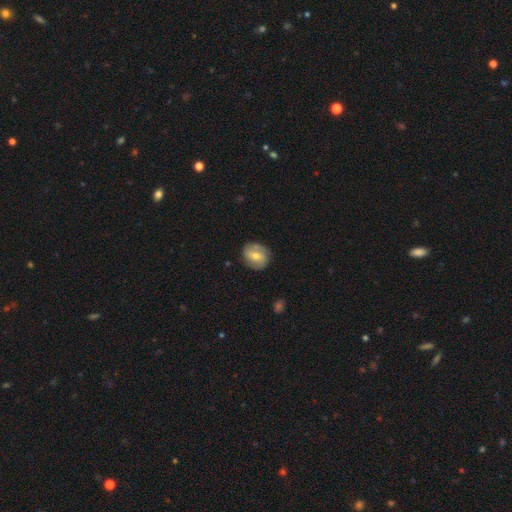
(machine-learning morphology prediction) A featured or disk galaxy (54%) with a weak bar (45%), spiral arms (79%) and a moderate central bulge (62%).

Vote fractions:
- Smooth or featured? featured or disk: 54% / smooth: 38% / star or artifact: 7%
- Edge-on disk? no: 96% / yes: 4%
- Bar? weak: 45% / no: 34% / strong: 21%
- Spiral arms? yes: 79% / no: 21%
- Bulge size? moderate: 62% / small: 32% / large: 3% / none: 1% / dominant: 1%
- Merging? none: 80% / minor disturbance: 15% / major disturbance: 4% / merger: 1%